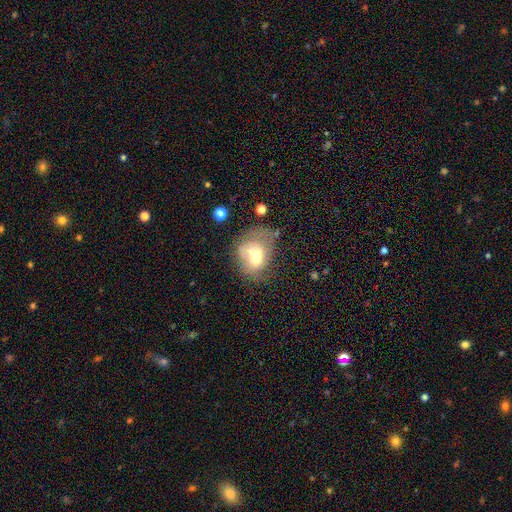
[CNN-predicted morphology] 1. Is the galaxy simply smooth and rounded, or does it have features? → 55% smooth, 35% featured or disk, 10% star or artifact.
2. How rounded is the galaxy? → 54% in between, 45% round, 1% cigar-shaped.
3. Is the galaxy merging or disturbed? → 29% none, 27% merger, 23% minor disturbance, 21% major disturbance.